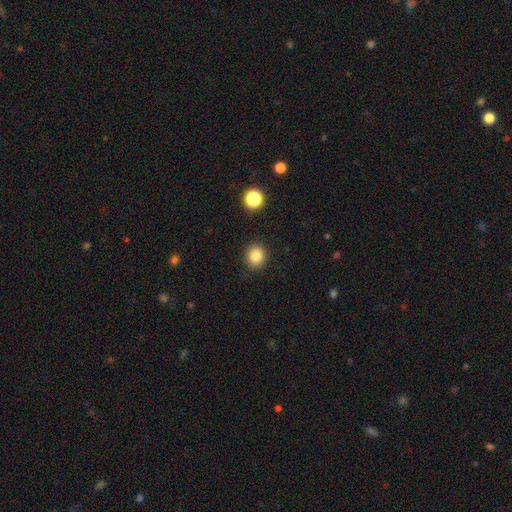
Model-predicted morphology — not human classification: smooth_or_featured: smooth (p=0.84) [alt: star or artifact p=0.11]
how_rounded: round (p=0.84) [alt: in between p=0.15]
merging: none (p=0.90) [alt: minor disturbance p=0.06]